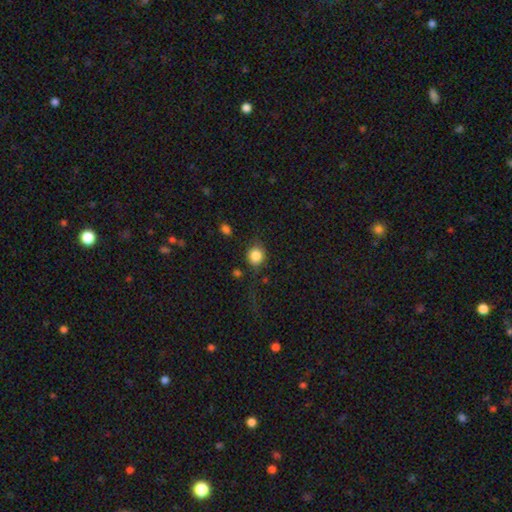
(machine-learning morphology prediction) Smooth or featured? Predicted: smooth (p=0.83). How rounded? Predicted: round (p=0.85). Merging? Predicted: none (p=0.72).